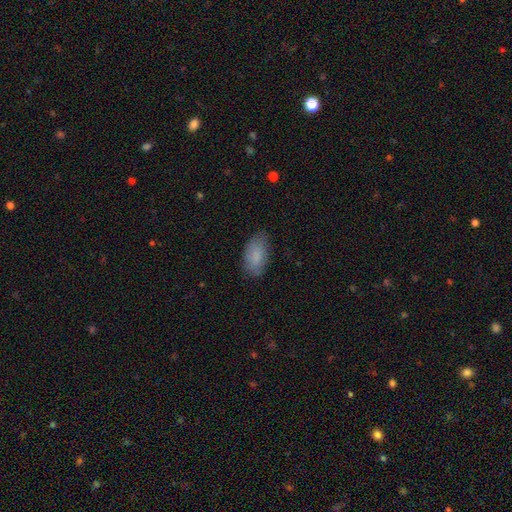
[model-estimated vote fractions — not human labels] smooth_or_featured: smooth (p=0.85) [alt: featured or disk p=0.09]
how_rounded: in between (p=0.94) [alt: round p=0.03]
merging: none (p=0.77) [alt: minor disturbance p=0.19]